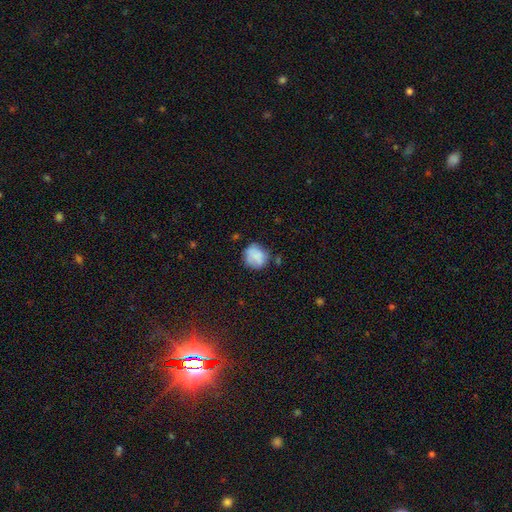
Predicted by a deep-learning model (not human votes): Smooth or featured? smooth (79%)
How rounded? round (75%)
Merging? none (63%)